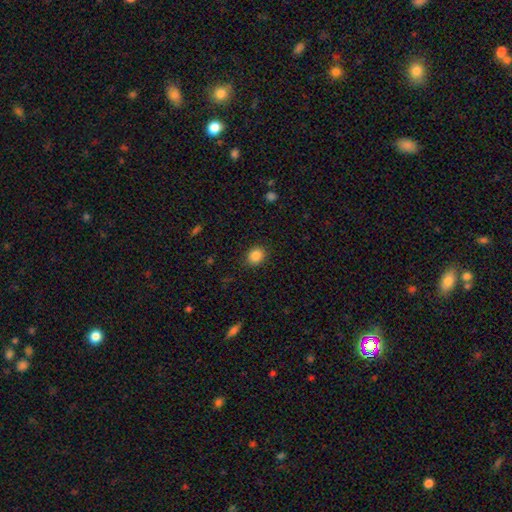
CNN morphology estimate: Q: Smooth or featured?
A: smooth (85%); runner-up: star or artifact (10%)
Q: How rounded?
A: round (71%); runner-up: in between (28%)
Q: Merging?
A: none (89%); runner-up: minor disturbance (8%)